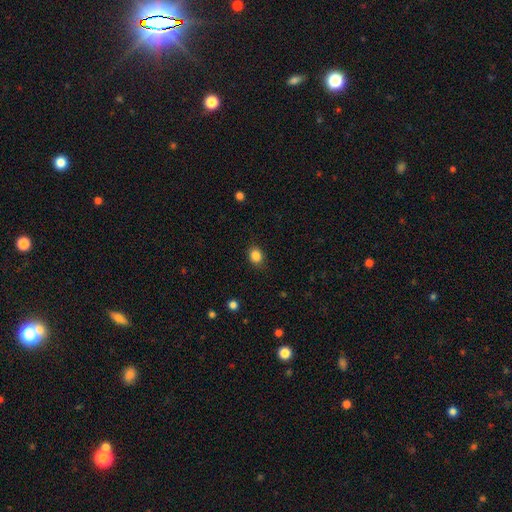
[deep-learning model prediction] Smooth or featured?
  - smooth: 86% *
  - star or artifact: 10%
  - featured or disk: 4%
How rounded?
  - round: 53% *
  - in between: 46%
  - cigar-shaped: 1%
Merging?
  - none: 83% *
  - minor disturbance: 12%
  - major disturbance: 3%
  - merger: 1%